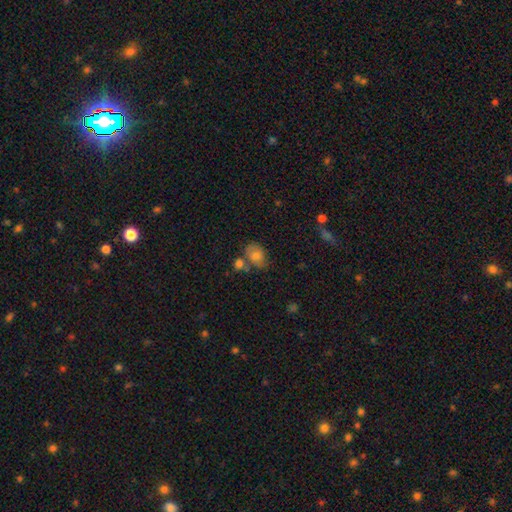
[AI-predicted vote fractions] The model was most divided on "merging": none: 48%, merger: 22%, minor disturbance: 21%, major disturbance: 9%. More confident: how rounded — in between (69%); smooth or featured — smooth (64%).